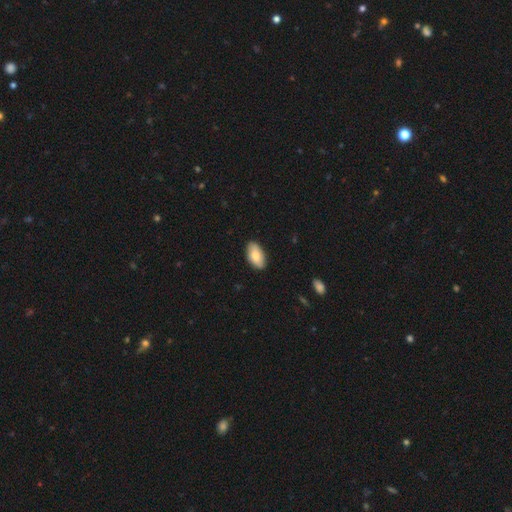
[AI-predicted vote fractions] The model was most divided on "smooth or featured": smooth: 81%, featured or disk: 14%, star or artifact: 6%. More confident: how rounded — in between (95%); merging — none (86%).